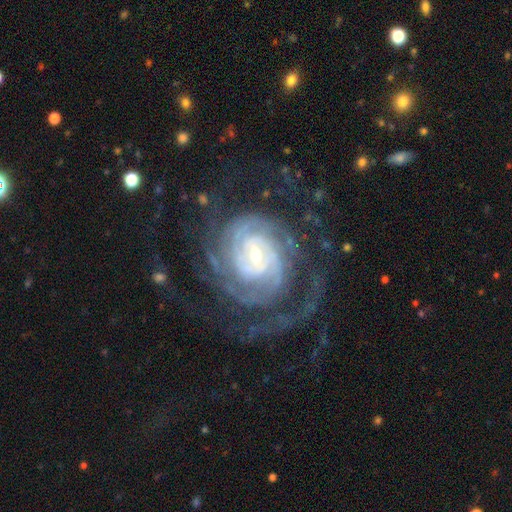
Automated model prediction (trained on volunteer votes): Q: Smooth or featured?
A: featured or disk (91%); runner-up: star or artifact (5%)
Q: Edge-on disk?
A: no (97%); runner-up: yes (3%)
Q: Bar?
A: weak (50%); runner-up: strong (25%)
Q: Spiral arms?
A: yes (98%); runner-up: no (2%)
Q: Spiral winding?
A: tight (71%); runner-up: medium (23%)
Q: Spiral arm count?
A: 2 (27%); runner-up: can't tell (23%)
Q: Bulge size?
A: small (56%); runner-up: moderate (39%)
Q: Merging?
A: none (63%); runner-up: major disturbance (19%)